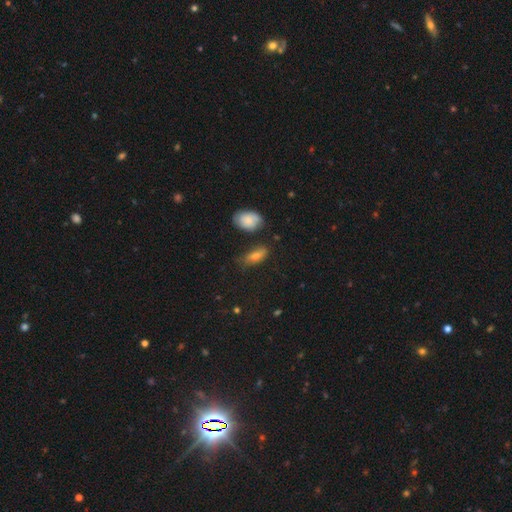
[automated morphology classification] Q: Smooth or featured?
A: smooth (68%); runner-up: featured or disk (18%)
Q: How rounded?
A: in between (83%); runner-up: cigar-shaped (11%)
Q: Merging?
A: none (64%); runner-up: minor disturbance (22%)